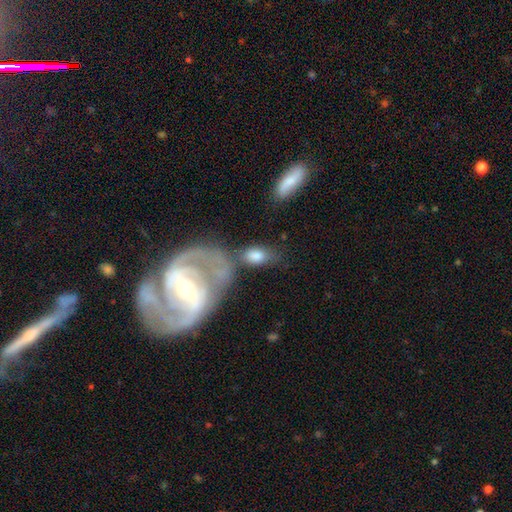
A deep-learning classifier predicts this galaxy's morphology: Overall: smooth (66%; featured or disk 28%). How rounded: in between (89%). Merging: none (38%; merger 30%).